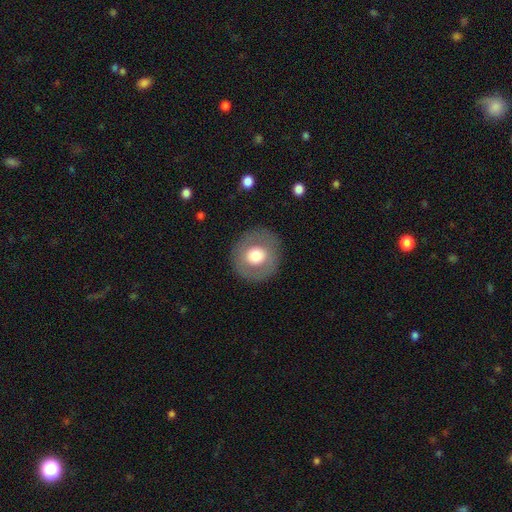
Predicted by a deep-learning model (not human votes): Smooth or featured? Predicted: smooth (p=0.63). How rounded? Predicted: round (p=0.91). Merging? Predicted: none (p=0.87).